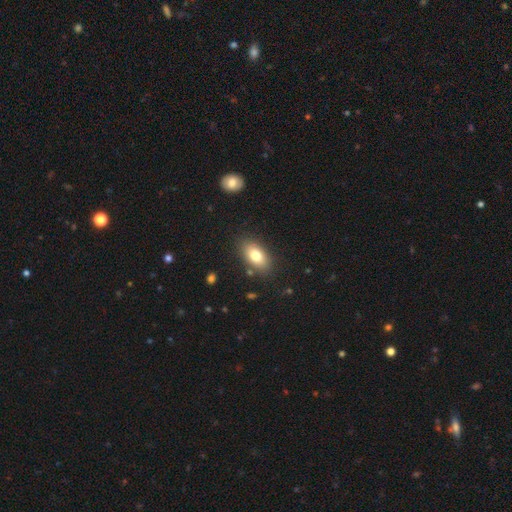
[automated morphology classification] type=smooth (78%); roundness=in between (90%); merging=none (84%).